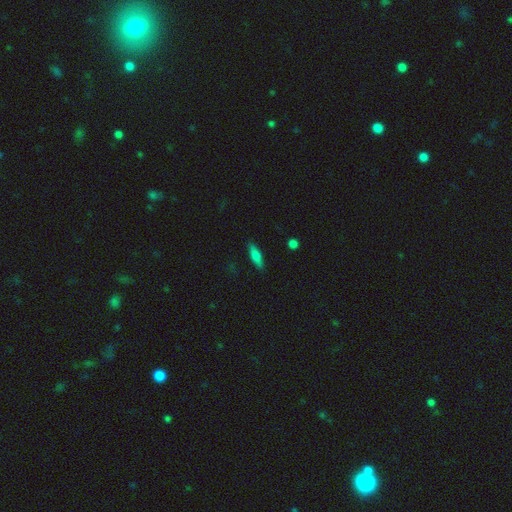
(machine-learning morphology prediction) A smooth galaxy with no disk features (71%) that is cigar-shaped (62%). Merging: none (86%).